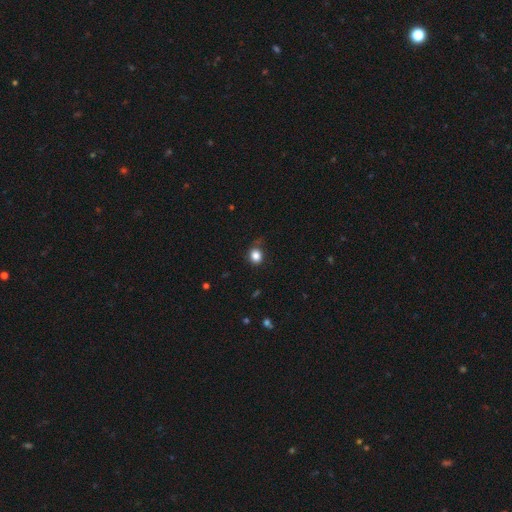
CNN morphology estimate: smooth 84%, star or artifact 11%, featured or disk 5%. Down the decision tree: how rounded — round (67%); merging — none (76%).